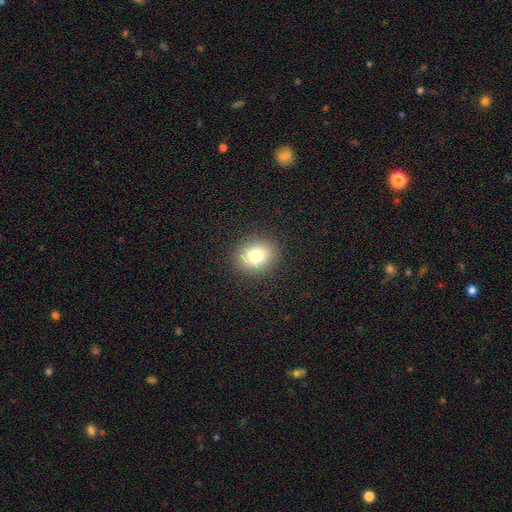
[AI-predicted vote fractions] smooth 77%, star or artifact 12%, featured or disk 11%. Down the decision tree: how rounded — round (69%); merging — none (88%).